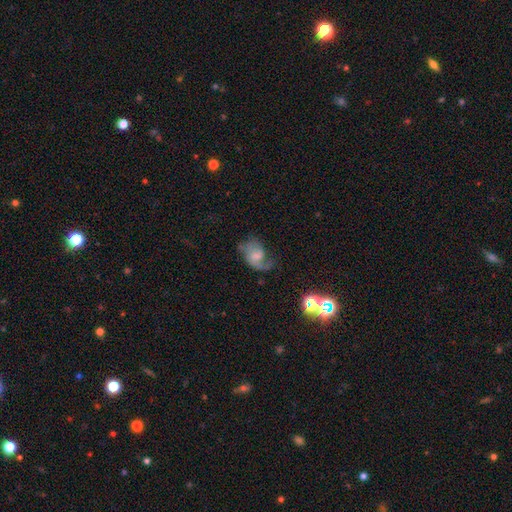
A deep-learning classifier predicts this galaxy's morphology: Overall: featured or disk (61%; smooth 30%). Edge-on disk: no (97%). Bar: no (55%; weak 38%). Spiral arms: yes (85%). Spiral arm count: 2 (60%; 1 28%). Spiral winding: loose (52%; medium 37%). Bulge size: small (35%; moderate 31%). Merging: none (41%; major disturbance 30%).